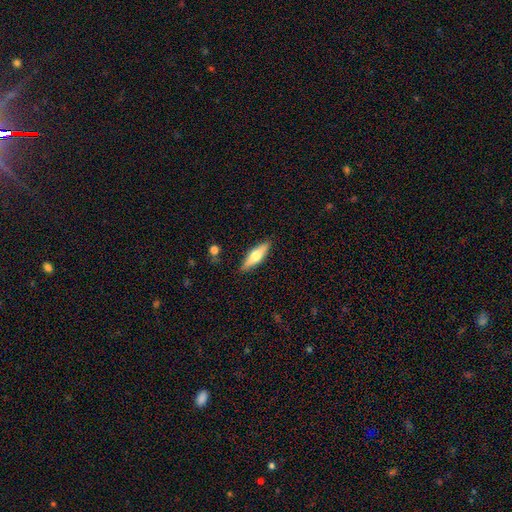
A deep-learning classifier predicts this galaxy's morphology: type=smooth (53%); roundness=cigar-shaped (59%); merging=none (88%).